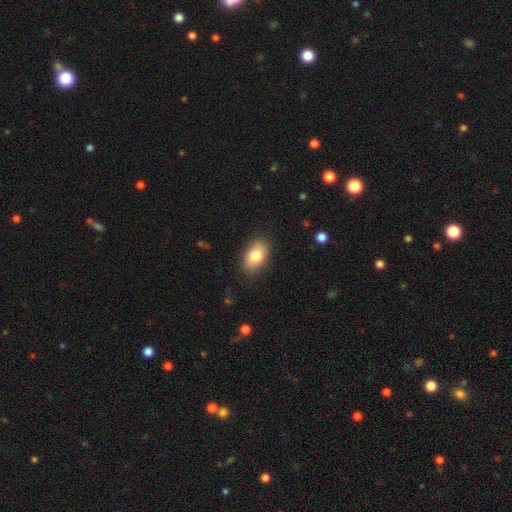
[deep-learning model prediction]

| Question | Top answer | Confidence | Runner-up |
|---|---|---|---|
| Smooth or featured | smooth | 81% | featured or disk (12%) |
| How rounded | in between | 90% | round (8%) |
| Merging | none | 85% | minor disturbance (11%) |